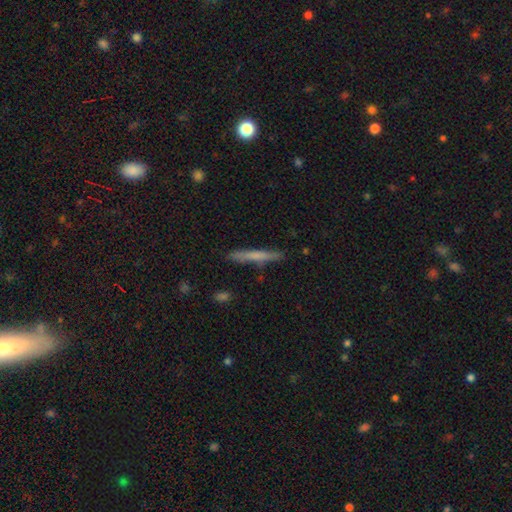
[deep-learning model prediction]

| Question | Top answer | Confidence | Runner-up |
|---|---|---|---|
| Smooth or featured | smooth | 62% | featured or disk (32%) |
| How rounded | cigar-shaped | 95% | in between (3%) |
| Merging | none | 88% | minor disturbance (9%) |